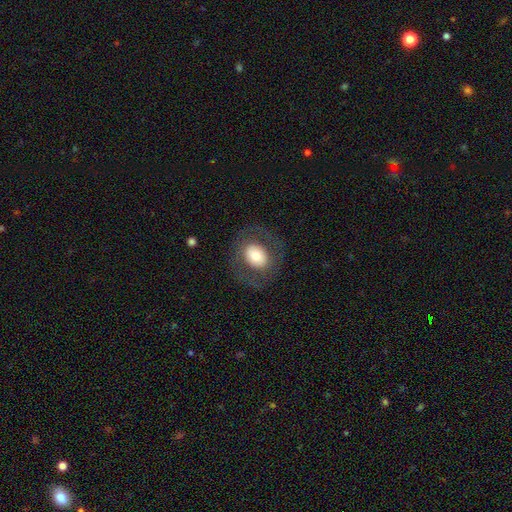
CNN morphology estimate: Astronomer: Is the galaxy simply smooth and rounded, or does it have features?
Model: smooth — 59%.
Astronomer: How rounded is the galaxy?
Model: in between — 50% (runner-up: round, 49%).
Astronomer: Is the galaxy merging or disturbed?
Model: none — 78%.